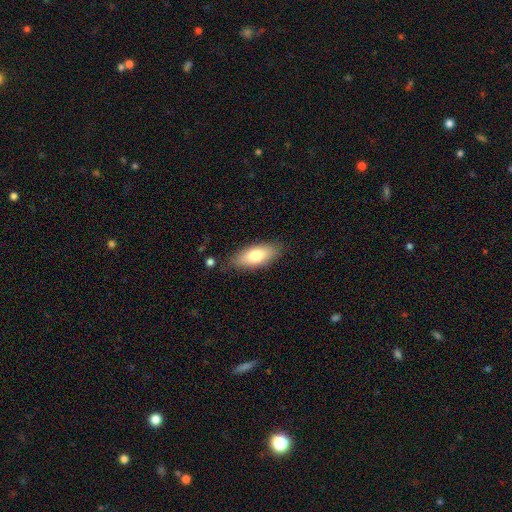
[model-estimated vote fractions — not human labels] Q: Smooth or featured?
A: smooth (75%); runner-up: featured or disk (18%)
Q: How rounded?
A: in between (80%); runner-up: cigar-shaped (17%)
Q: Merging?
A: none (82%); runner-up: minor disturbance (13%)